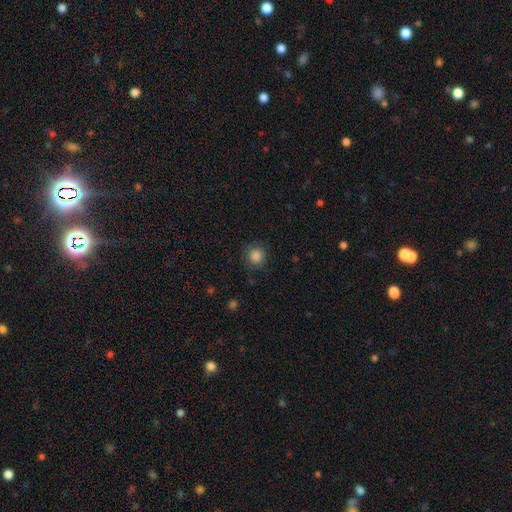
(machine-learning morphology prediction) Smooth or featured: smooth — 86% (star or artifact — 10%)
How rounded: round — 90% (in between — 9%)
Merging: none — 84% (minor disturbance — 11%)